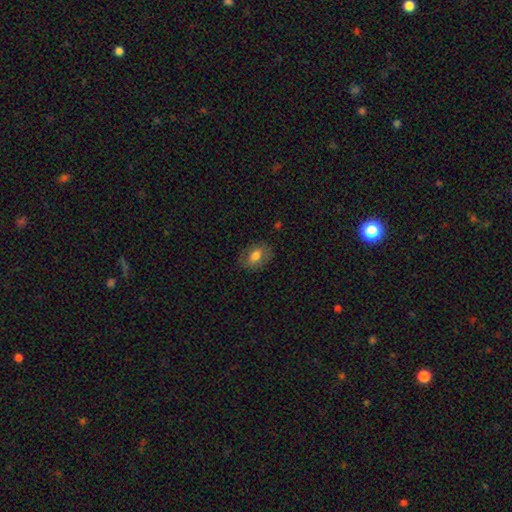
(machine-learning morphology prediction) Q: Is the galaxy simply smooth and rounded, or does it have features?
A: smooth — 71%.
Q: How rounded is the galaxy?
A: in between — 80%.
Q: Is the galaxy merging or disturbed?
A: none — 78%.